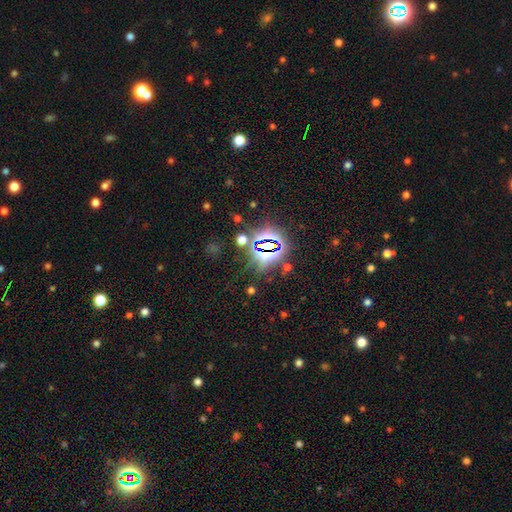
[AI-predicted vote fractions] Morphology: type=star or artifact (81%).